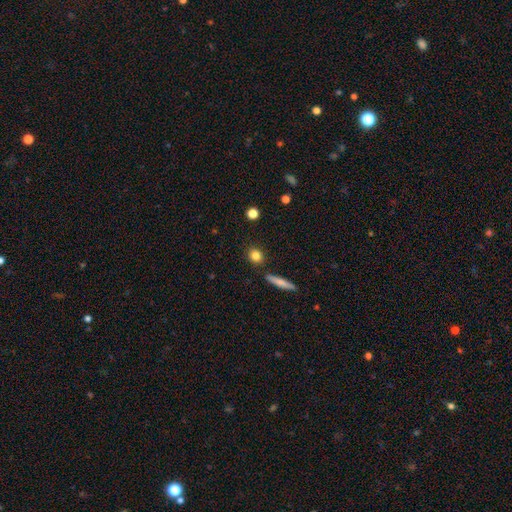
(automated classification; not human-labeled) Overall: smooth (83%). How rounded: round (72%). Merging: none (87%).